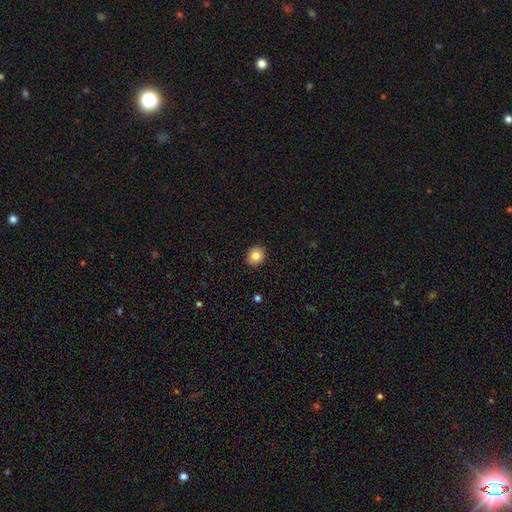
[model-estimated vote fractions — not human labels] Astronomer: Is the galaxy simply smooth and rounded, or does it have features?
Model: smooth — 84%.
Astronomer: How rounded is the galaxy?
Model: round — 71%.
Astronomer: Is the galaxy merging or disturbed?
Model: none — 91%.